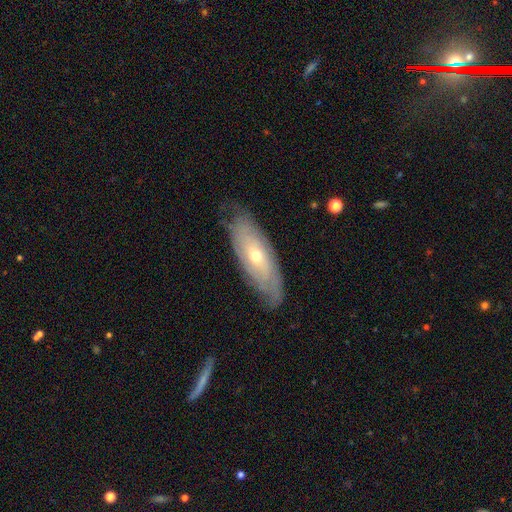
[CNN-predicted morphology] type=featured or disk (63%); edge-on=no (77%); merging=none (70%).